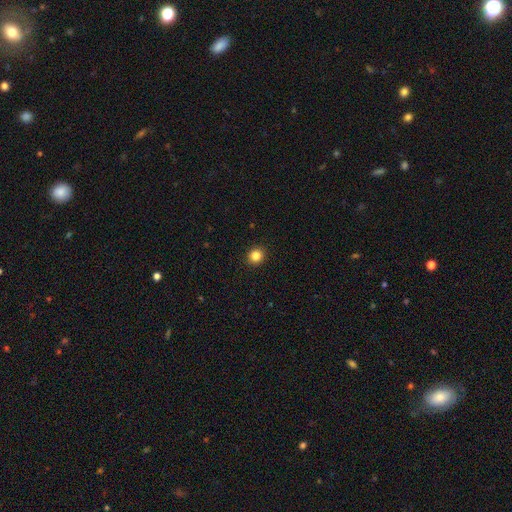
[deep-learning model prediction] A smooth galaxy with no disk features (84%) that is round (87%).

Vote fractions:
- Smooth or featured? smooth: 84% / star or artifact: 11% / featured or disk: 5%
- How rounded? round: 87% / in between: 12% / cigar-shaped: 1%
- Merging? none: 93% / minor disturbance: 5% / major disturbance: 1% / merger: 1%